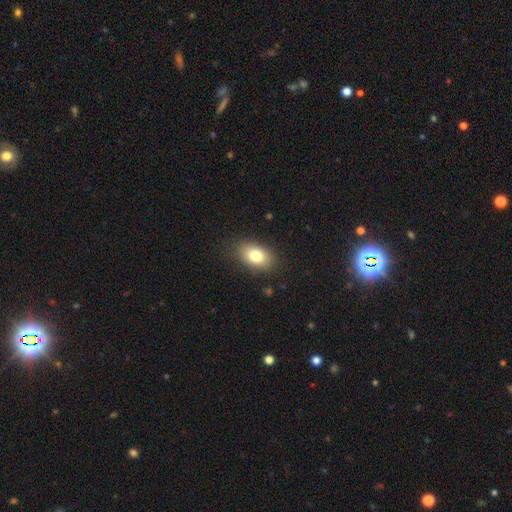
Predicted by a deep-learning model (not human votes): A smooth galaxy with no disk features (79%) that is in between round and cigar-shaped (86%). Merging: none (84%).